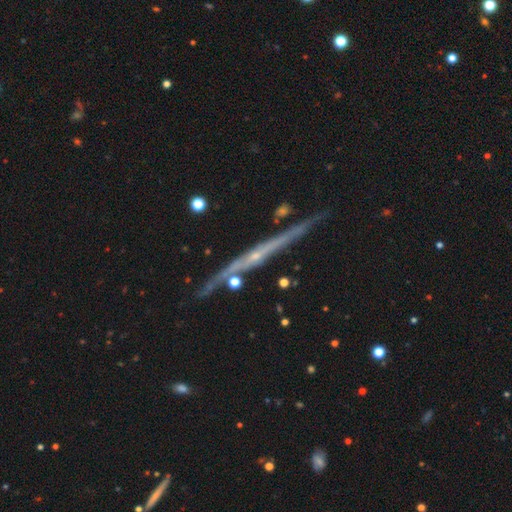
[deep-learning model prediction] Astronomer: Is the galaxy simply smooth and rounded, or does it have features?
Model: featured or disk — 76%.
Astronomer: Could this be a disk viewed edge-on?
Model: yes — 95%.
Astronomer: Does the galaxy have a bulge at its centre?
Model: none — 61%.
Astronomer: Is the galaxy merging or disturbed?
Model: none — 79%.